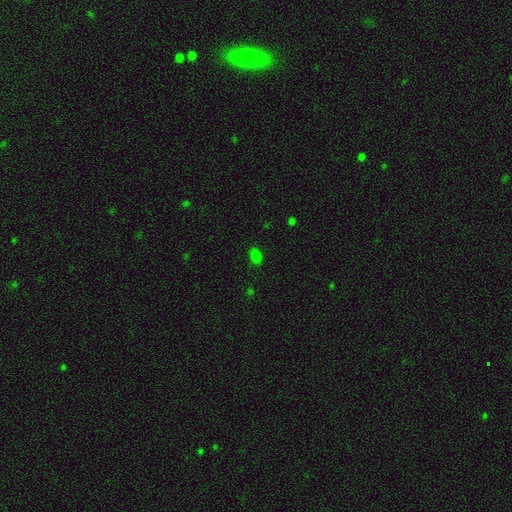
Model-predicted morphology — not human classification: Overall: smooth (80%). How rounded: in between (85%). Merging: none (86%).